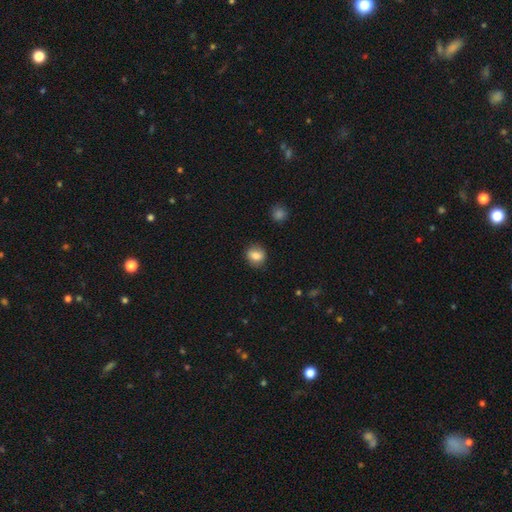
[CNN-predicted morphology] This is clearly a smooth galaxy (81%). How rounded: likely round (63%). Merging: clearly none (82%).